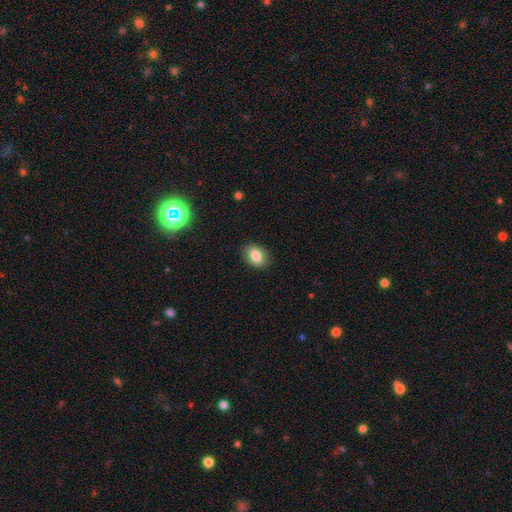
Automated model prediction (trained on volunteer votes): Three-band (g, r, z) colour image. It shows a smooth galaxy with no disk features (84%) that is in between round and cigar-shaped (77%). Merging: none (87%).